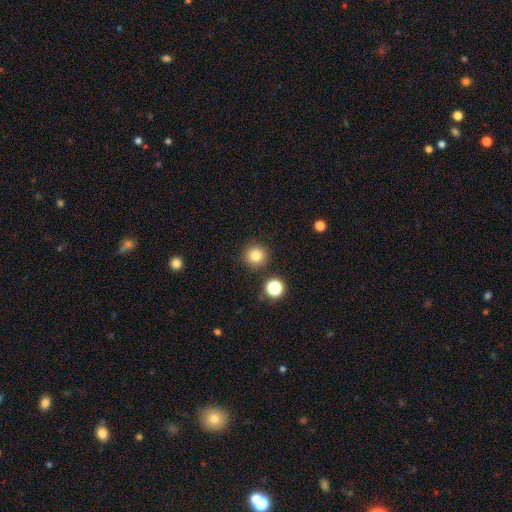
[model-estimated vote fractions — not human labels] Smooth or featured? Predicted: smooth (p=0.83). How rounded? Predicted: round (p=0.95). Merging? Predicted: none (p=0.89).